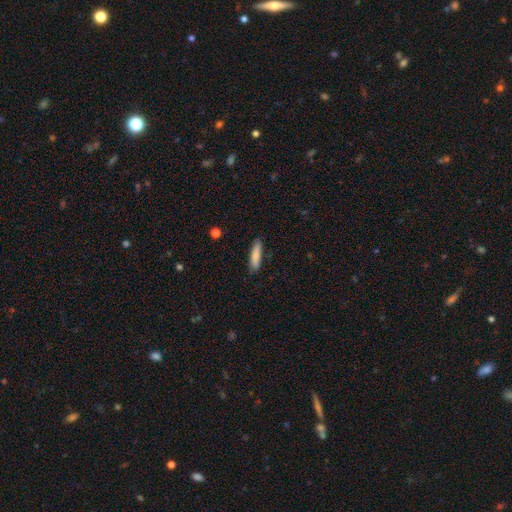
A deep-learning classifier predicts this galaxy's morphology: Smooth or featured: smooth — 84% (featured or disk — 10%)
How rounded: cigar-shaped — 79% (in between — 20%)
Merging: none — 84% (minor disturbance — 12%)